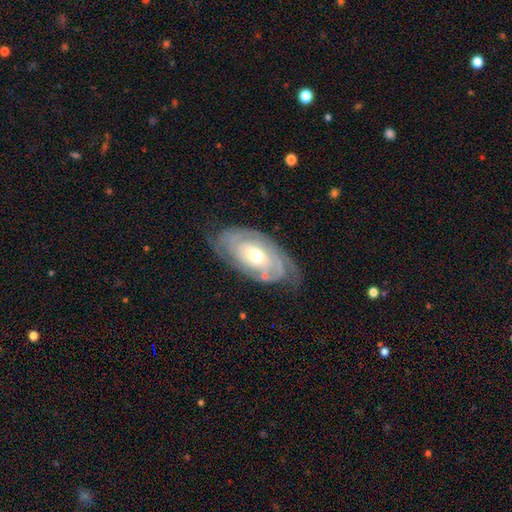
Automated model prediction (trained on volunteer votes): featured or disk 83%, smooth 12%, star or artifact 5%. Down the decision tree: edge-on disk — no (93%); bar — no (69%); spiral arms — yes (92%); spiral arm count — 2 (39%); spiral winding — tight (75%); bulge size — moderate (69%); merging — none (72%).